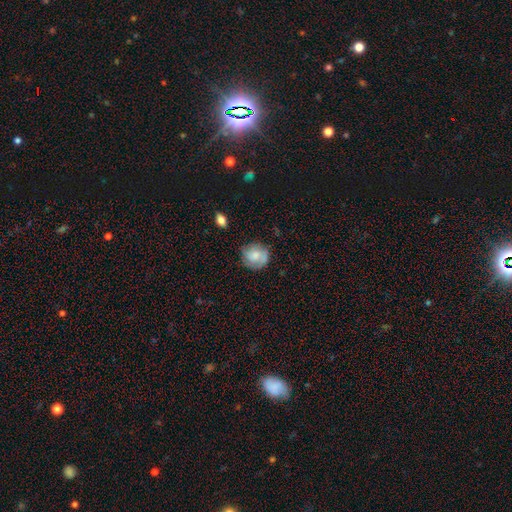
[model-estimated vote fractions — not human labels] This is possibly a smooth galaxy (57%). How rounded: clearly round (83%). Merging: likely none (69%).